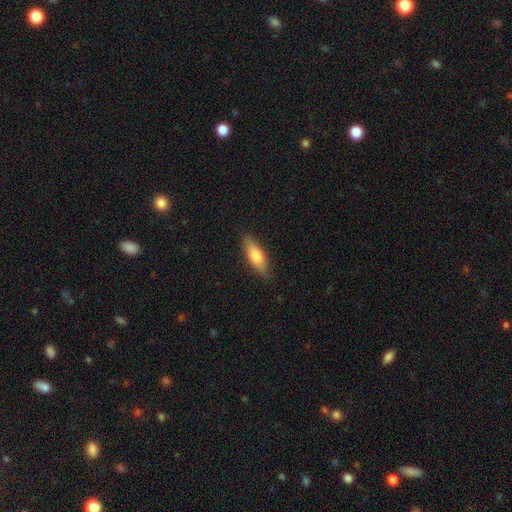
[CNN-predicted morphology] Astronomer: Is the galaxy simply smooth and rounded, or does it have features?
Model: smooth — 75%.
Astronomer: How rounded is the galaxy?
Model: in between — 55% (runner-up: cigar-shaped, 43%).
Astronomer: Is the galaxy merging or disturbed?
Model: none — 86%.